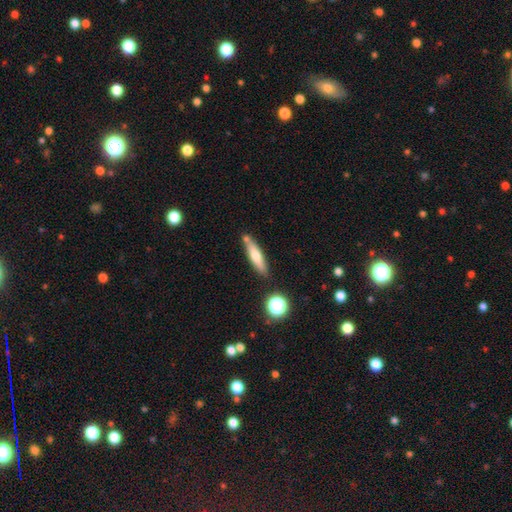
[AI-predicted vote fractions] Smooth or featured?
  - smooth: 61% *
  - featured or disk: 31%
  - star or artifact: 8%
How rounded?
  - cigar-shaped: 78% *
  - in between: 20%
  - round: 2%
Merging?
  - none: 75% *
  - minor disturbance: 13%
  - merger: 10%
  - major disturbance: 3%